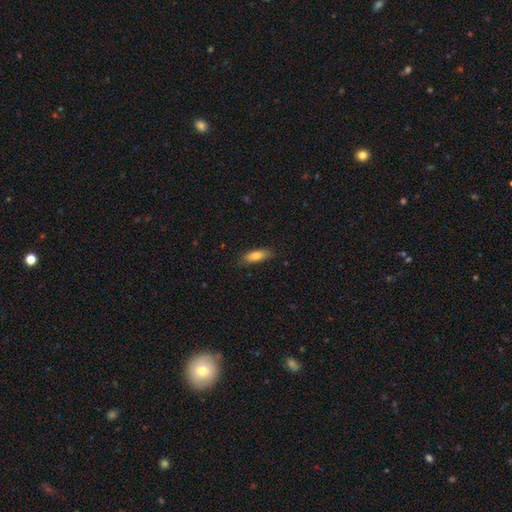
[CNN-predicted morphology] Smooth or featured: smooth — 79% (featured or disk — 14%)
How rounded: in between — 68% (cigar-shaped — 30%)
Merging: none — 81% (minor disturbance — 15%)